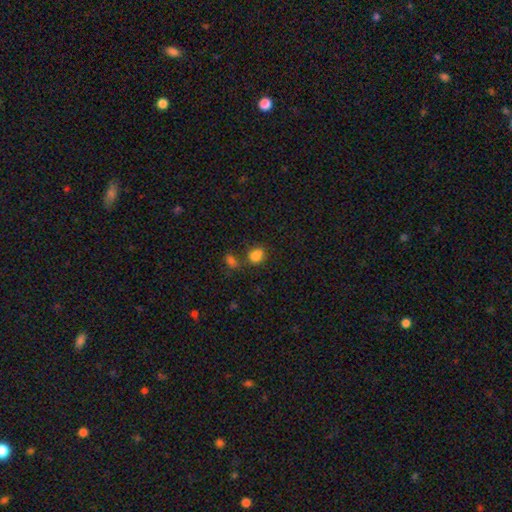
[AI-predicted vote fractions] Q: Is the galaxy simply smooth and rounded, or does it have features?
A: smooth — 82%.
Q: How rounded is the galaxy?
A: in between — 53%.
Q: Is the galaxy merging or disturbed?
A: none — 58%.